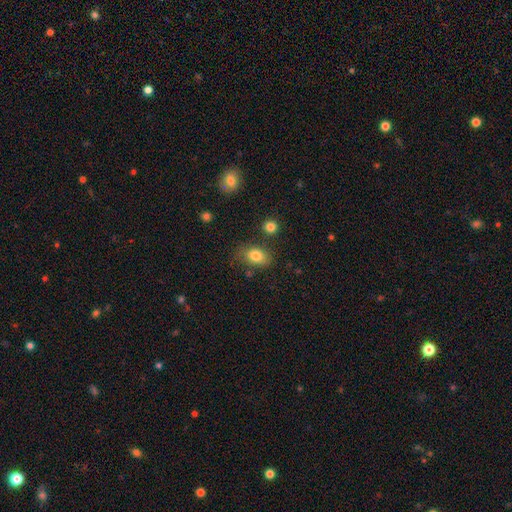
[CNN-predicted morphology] This is clearly a smooth galaxy (81%). How rounded: clearly in between (81%). Merging: likely none (69%).